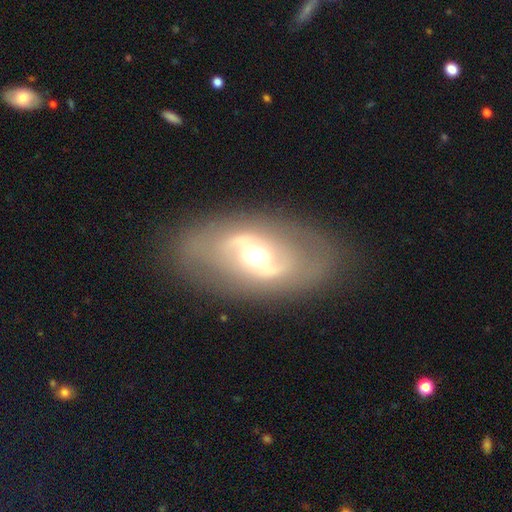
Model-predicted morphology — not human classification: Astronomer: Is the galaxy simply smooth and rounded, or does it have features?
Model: featured or disk — 76%.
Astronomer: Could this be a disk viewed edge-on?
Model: no — 92%.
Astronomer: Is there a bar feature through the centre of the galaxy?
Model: weak — 39% (runner-up: strong, 37%).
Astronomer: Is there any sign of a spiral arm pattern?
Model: yes — 63%.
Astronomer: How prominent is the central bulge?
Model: moderate — 64%.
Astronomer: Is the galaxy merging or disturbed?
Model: none — 81%.